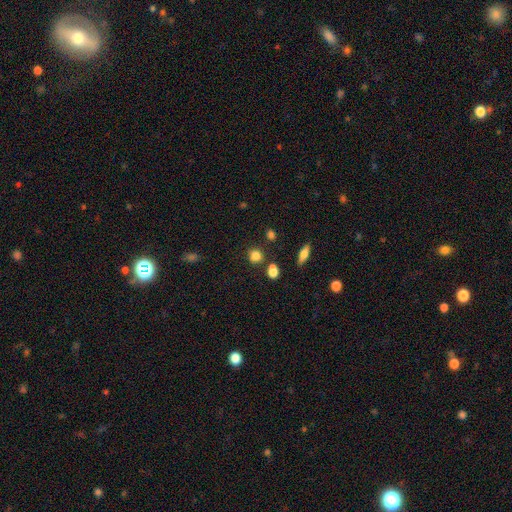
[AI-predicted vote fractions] This is clearly a smooth galaxy (82%). How rounded: likely round (77%). Merging: likely none (76%).